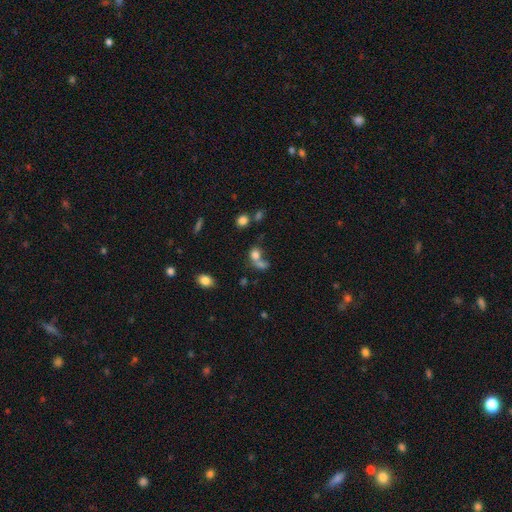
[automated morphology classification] A smooth galaxy with no disk features (75%) that is round (59%). Merging: merger (56%).